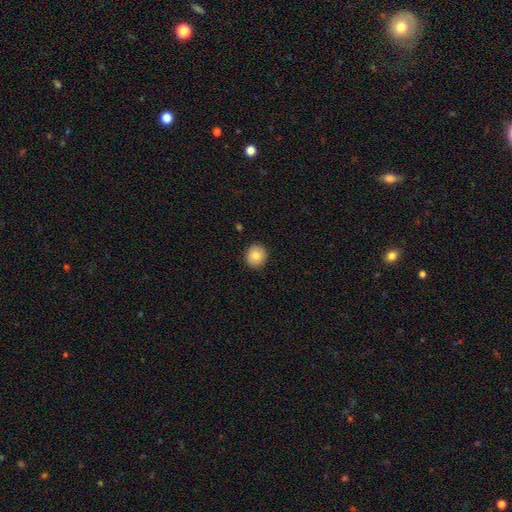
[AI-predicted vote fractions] Smooth or featured: smooth — 83% (featured or disk — 9%)
How rounded: round — 87% (in between — 12%)
Merging: none — 90% (minor disturbance — 7%)